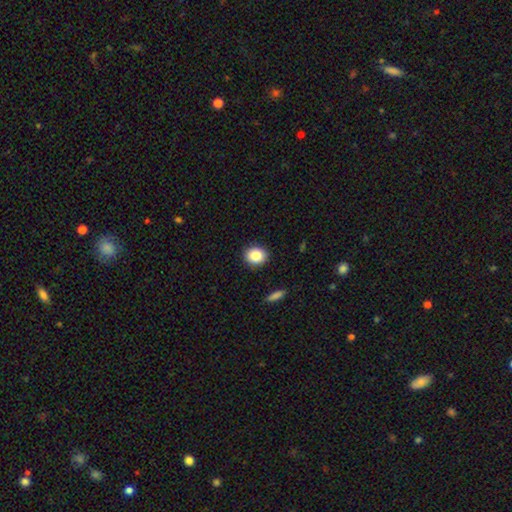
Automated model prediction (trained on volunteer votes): A smooth galaxy with no disk features (86%) that is round (65%).

Vote fractions:
- Smooth or featured? smooth: 86% / star or artifact: 9% / featured or disk: 5%
- How rounded? round: 65% / in between: 34% / cigar-shaped: 1%
- Merging? none: 90% / minor disturbance: 7% / major disturbance: 2% / merger: 1%